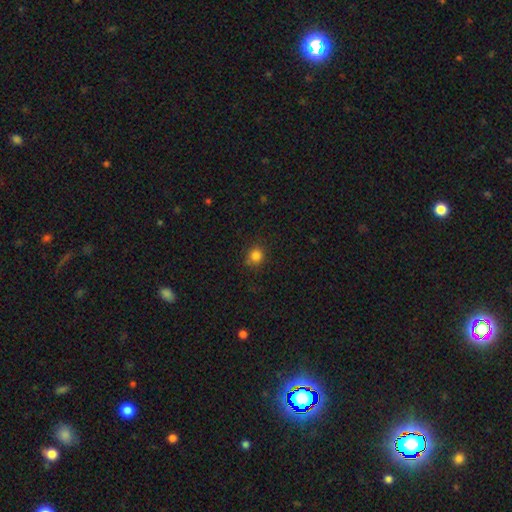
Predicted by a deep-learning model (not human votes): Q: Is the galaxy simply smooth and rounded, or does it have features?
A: smooth — 83%.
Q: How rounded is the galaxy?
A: round — 85%.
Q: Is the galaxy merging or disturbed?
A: none — 80%.